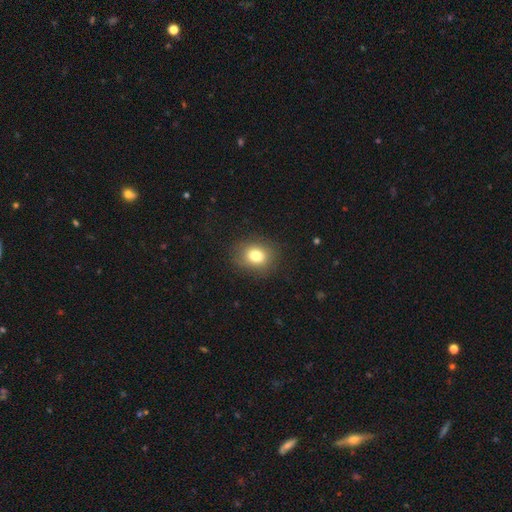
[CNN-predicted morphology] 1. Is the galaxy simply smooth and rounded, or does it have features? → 79% smooth, 12% star or artifact, 9% featured or disk.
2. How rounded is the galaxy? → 66% round, 33% in between, 1% cigar-shaped.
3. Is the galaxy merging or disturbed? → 85% none, 10% minor disturbance, 4% major disturbance, 1% merger.